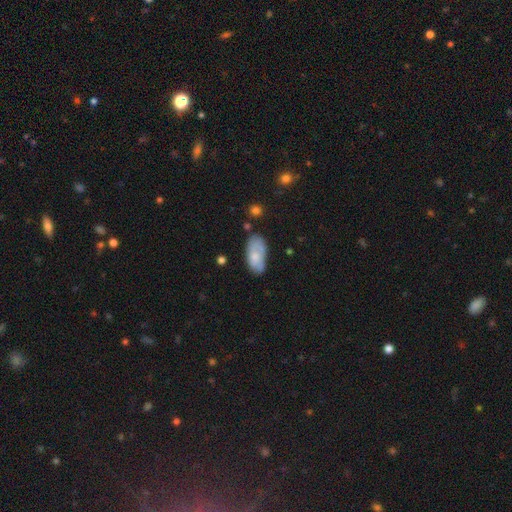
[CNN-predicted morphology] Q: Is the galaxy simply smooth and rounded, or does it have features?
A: smooth — 68%.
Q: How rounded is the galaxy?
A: in between — 92%.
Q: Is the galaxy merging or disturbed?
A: none — 54%.